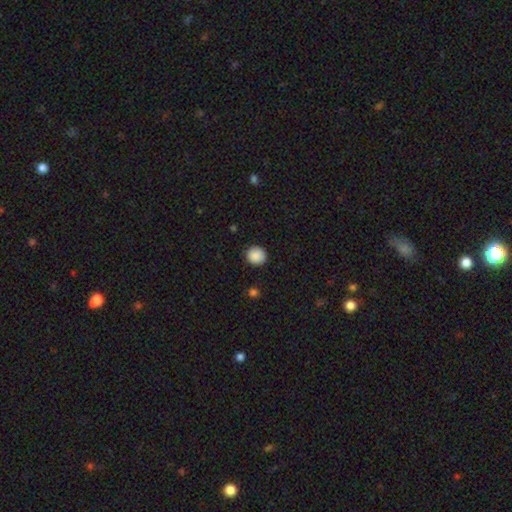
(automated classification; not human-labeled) Smooth or featured: smooth — 89% (star or artifact — 9%)
How rounded: round — 91% (in between — 8%)
Merging: none — 90% (minor disturbance — 7%)